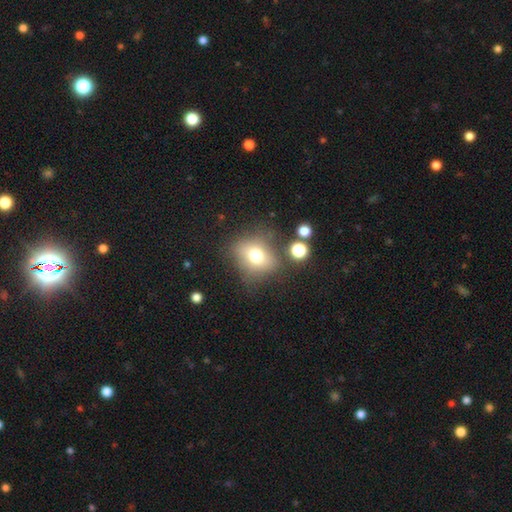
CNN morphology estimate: type=smooth (68%); roundness=round (61%); merging=none (69%).